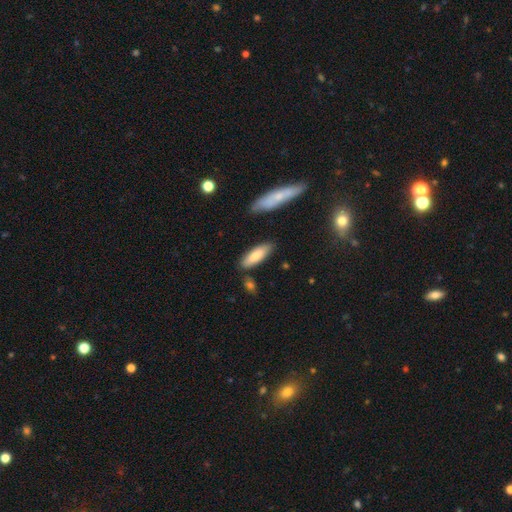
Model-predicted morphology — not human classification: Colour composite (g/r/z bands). It shows a smooth galaxy with no disk features (79%) that is in between round and cigar-shaped (60%). Merging: none (79%).